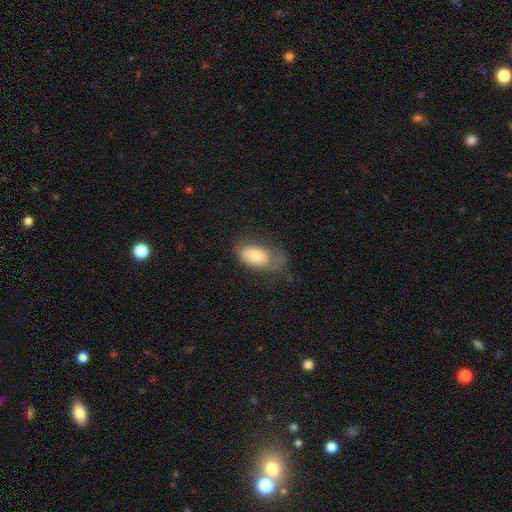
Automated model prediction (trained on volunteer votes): smooth-or-featured: smooth: 71% | featured or disk: 22% | star or artifact: 7%
  how-rounded: in between: 92% | round: 4% | cigar-shaped: 4%
  merging: none: 35% | major disturbance: 31% | minor disturbance: 31% | merger: 2%